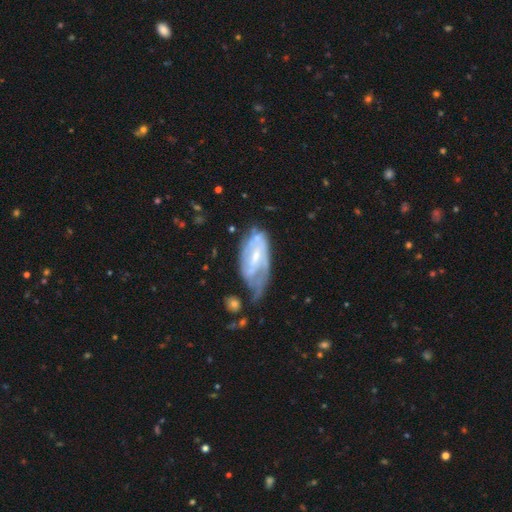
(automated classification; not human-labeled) Morphology: type=featured or disk (78%); edge-on=no (94%); bar=weak (47%); spiral arms=yes (85%); winding=tight (45%); arm count=2 (42%); bulge=small (59%); merging=none (37%).